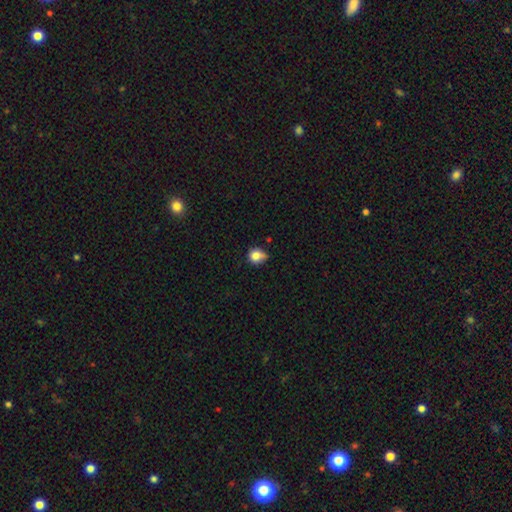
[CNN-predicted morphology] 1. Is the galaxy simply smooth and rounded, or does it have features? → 81% smooth, 10% star or artifact, 9% featured or disk.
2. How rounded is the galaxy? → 76% round, 23% in between, 1% cigar-shaped.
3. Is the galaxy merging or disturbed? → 48% none, 39% minor disturbance, 9% major disturbance, 5% merger.